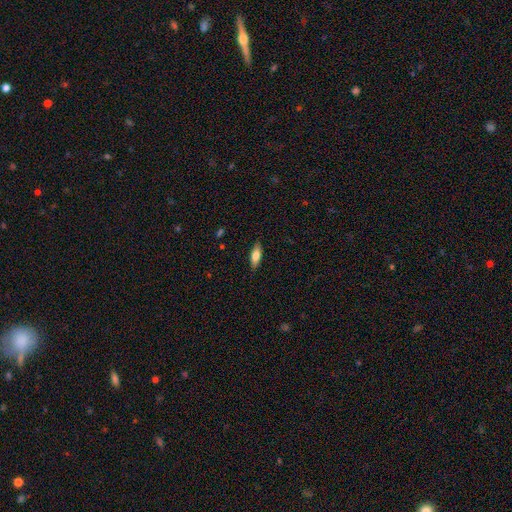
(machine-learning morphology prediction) Smooth or featured? smooth (70%)
How rounded? in between (60%)
Merging? none (87%)